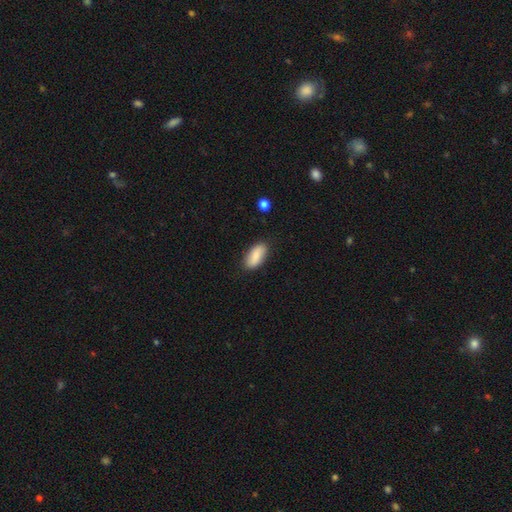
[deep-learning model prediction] Morphology: type=smooth (87%); roundness=in between (88%); merging=none (84%).